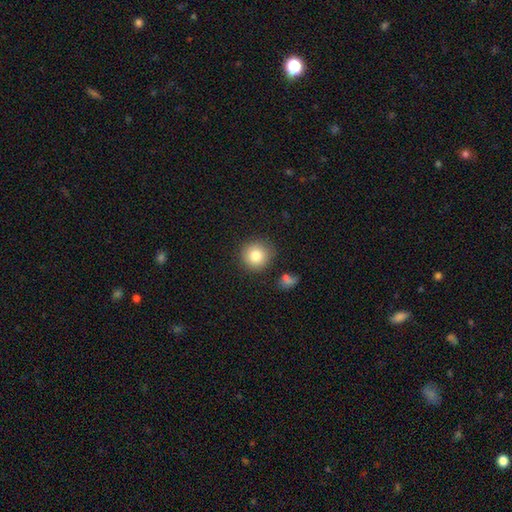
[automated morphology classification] The model was most divided on "smooth or featured": smooth: 82%, star or artifact: 10%, featured or disk: 8%. More confident: how rounded — round (93%); merging — none (85%).